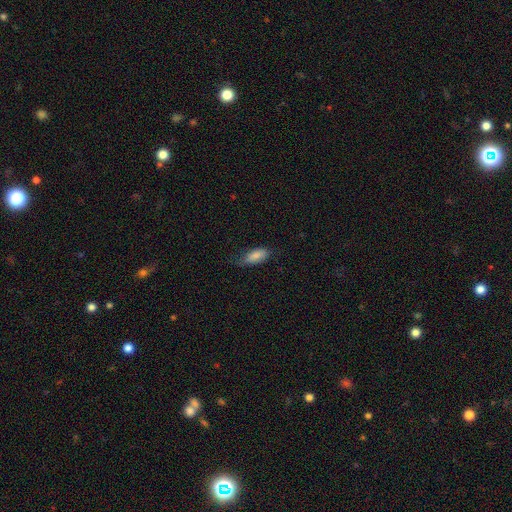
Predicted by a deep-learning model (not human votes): Smooth or featured? Predicted: smooth (p=0.83). How rounded? Predicted: in between (p=0.85). Merging? Predicted: none (p=0.56).